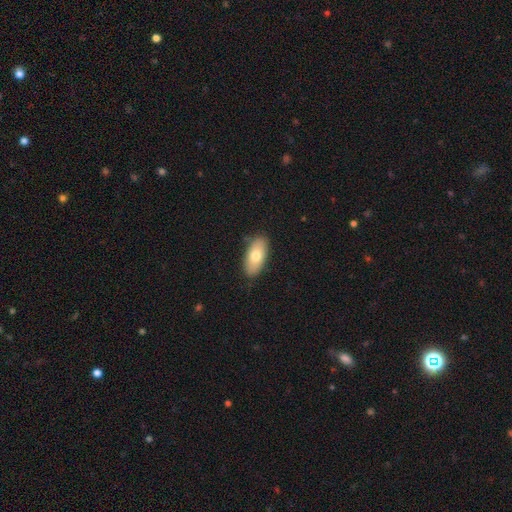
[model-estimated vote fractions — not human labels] Smooth or featured?
  - smooth: 74% *
  - featured or disk: 20%
  - star or artifact: 6%
How rounded?
  - in between: 89% *
  - cigar-shaped: 8%
  - round: 3%
Merging?
  - none: 86% *
  - minor disturbance: 11%
  - major disturbance: 2%
  - merger: 1%